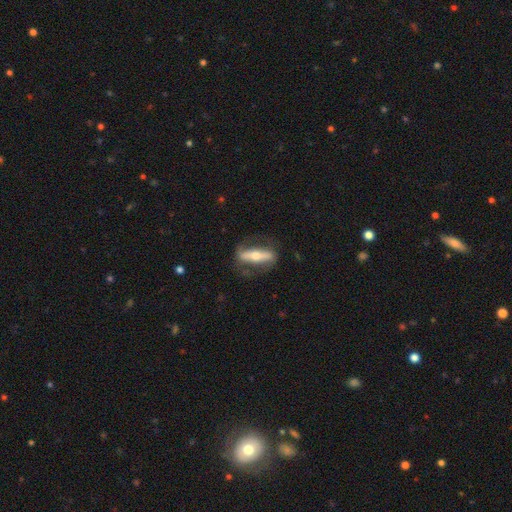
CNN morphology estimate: Overall: featured or disk (70%). Edge-on disk: no (51%; yes 49%). Merging: none (73%).